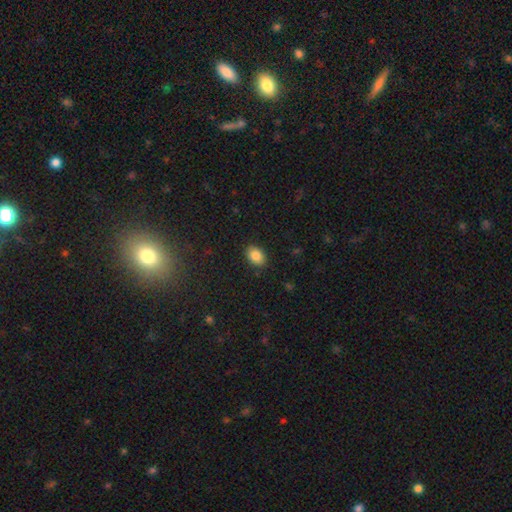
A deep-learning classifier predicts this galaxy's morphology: smooth-or-featured: smooth: 86% | star or artifact: 8% | featured or disk: 6%
  how-rounded: in between: 81% | round: 17% | cigar-shaped: 1%
  merging: none: 88% | minor disturbance: 8% | major disturbance: 2% | merger: 1%